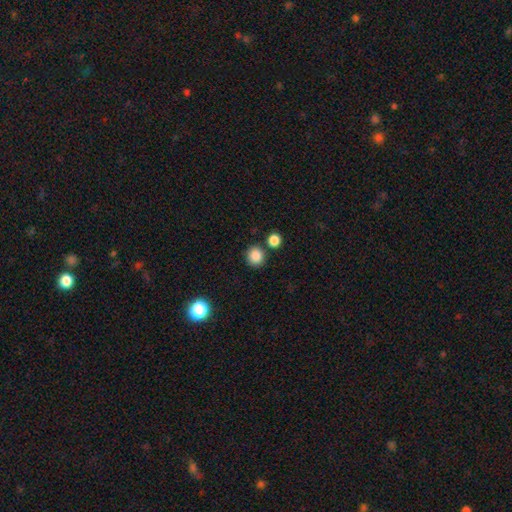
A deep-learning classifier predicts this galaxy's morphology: A smooth galaxy with no disk features (86%) that is round (88%). Merging: none (80%).